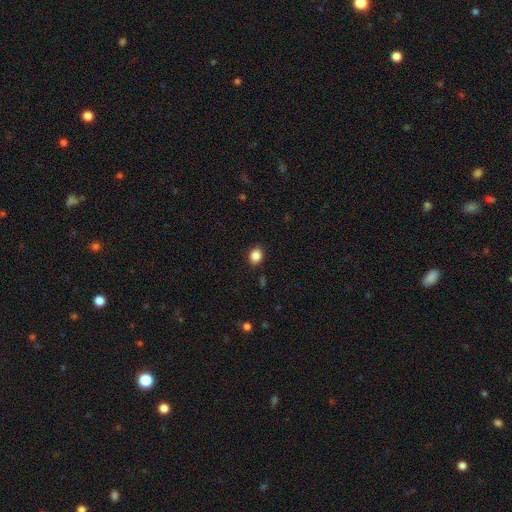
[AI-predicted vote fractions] smooth_or_featured: smooth (p=0.87) [alt: star or artifact p=0.10]
how_rounded: round (p=0.52) [alt: in between p=0.47]
merging: none (p=0.88) [alt: minor disturbance p=0.08]